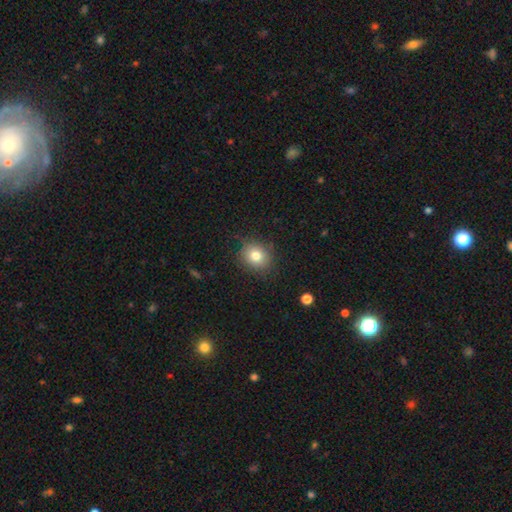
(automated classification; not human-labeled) smooth-or-featured: smooth: 79% | star or artifact: 12% | featured or disk: 10%
  how-rounded: round: 79% | in between: 20% | cigar-shaped: 1%
  merging: none: 84% | minor disturbance: 12% | major disturbance: 3% | merger: 1%